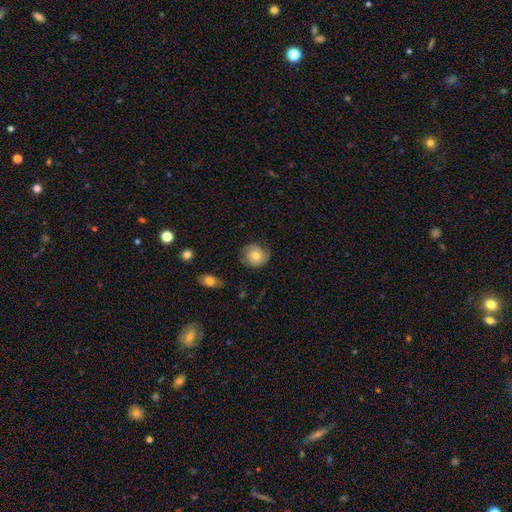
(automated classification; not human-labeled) Smooth or featured?
  - smooth: 66% *
  - featured or disk: 26%
  - star or artifact: 8%
How rounded?
  - round: 84% *
  - in between: 15%
  - cigar-shaped: 1%
Merging?
  - none: 75% *
  - minor disturbance: 19%
  - major disturbance: 5%
  - merger: 1%